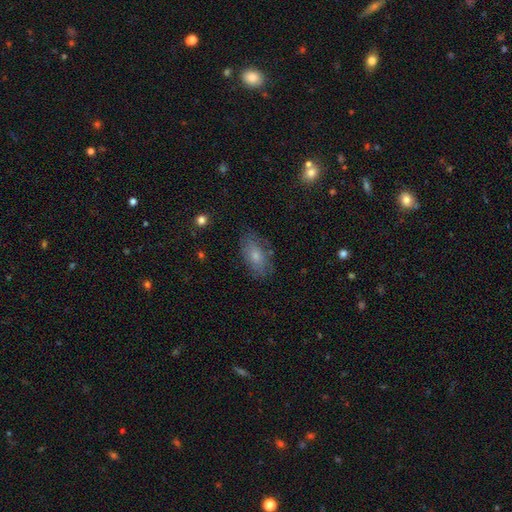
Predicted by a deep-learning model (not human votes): A smooth galaxy with no disk features (64%) that is in between round and cigar-shaped (90%). Merging: none (74%).